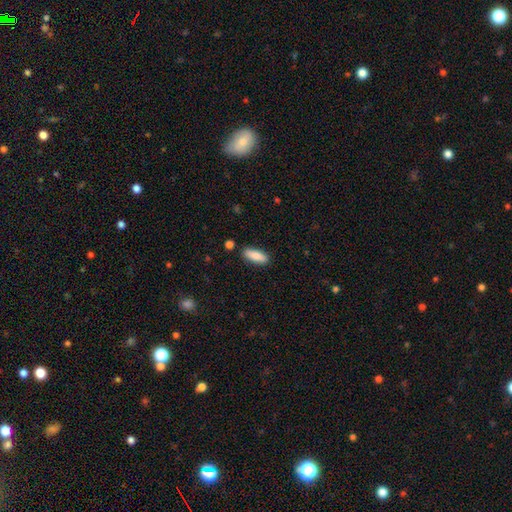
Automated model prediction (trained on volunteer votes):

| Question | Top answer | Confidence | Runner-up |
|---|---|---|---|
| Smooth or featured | smooth | 86% | featured or disk (8%) |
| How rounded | in between | 69% | cigar-shaped (29%) |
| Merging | none | 87% | minor disturbance (9%) |